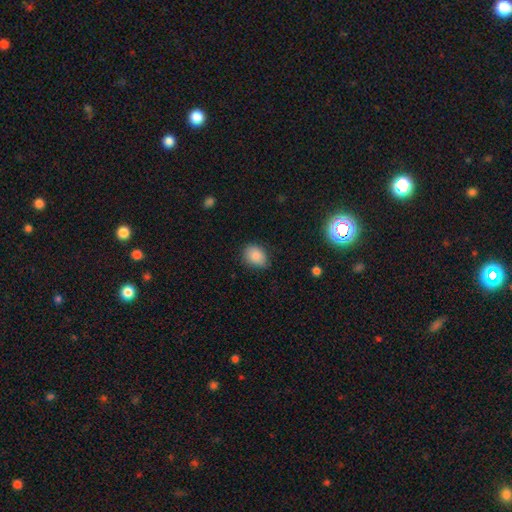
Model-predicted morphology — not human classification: Q: Smooth or featured?
A: smooth (86%); runner-up: star or artifact (9%)
Q: How rounded?
A: in between (64%); runner-up: round (35%)
Q: Merging?
A: none (76%); runner-up: minor disturbance (19%)